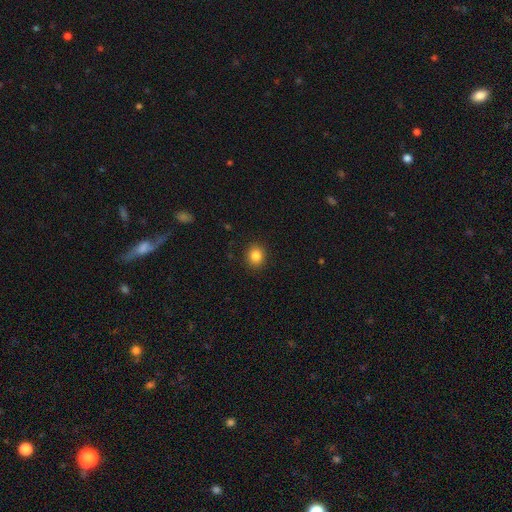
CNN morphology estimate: Smooth or featured? Predicted: smooth (p=0.84). How rounded? Predicted: round (p=0.80). Merging? Predicted: none (p=0.90).